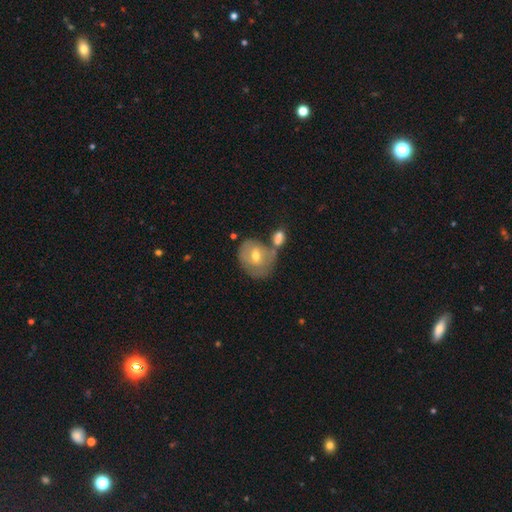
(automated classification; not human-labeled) smooth-or-featured: smooth: 51% | featured or disk: 41% | star or artifact: 8%
  how-rounded: round: 61% | in between: 38% | cigar-shaped: 1%
  merging: none: 43% | merger: 31% | minor disturbance: 18% | major disturbance: 8%